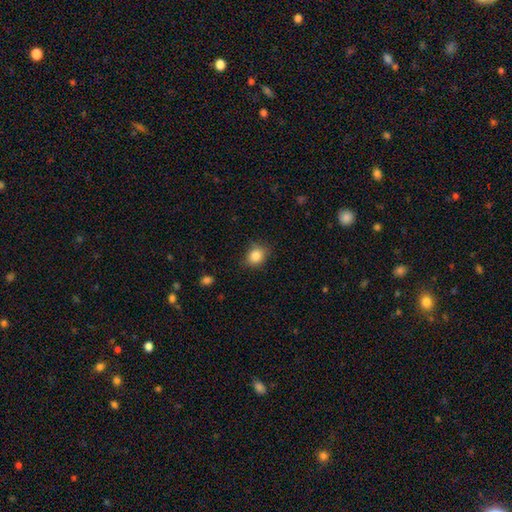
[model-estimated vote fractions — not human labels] Smooth or featured: smooth — 85% (star or artifact — 10%)
How rounded: round — 62% (in between — 37%)
Merging: none — 78% (minor disturbance — 17%)